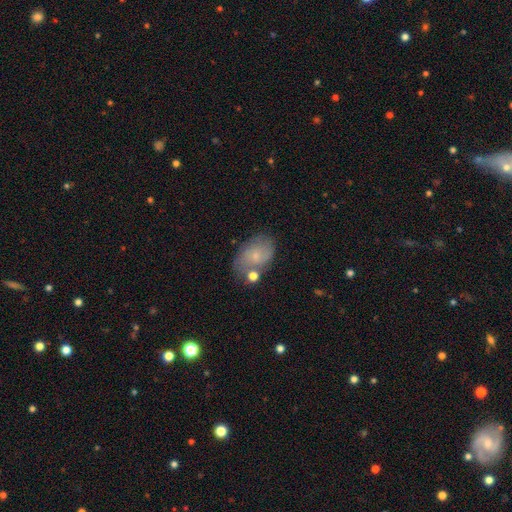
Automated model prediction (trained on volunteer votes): Q: Smooth or featured?
A: smooth (54%); runner-up: featured or disk (37%)
Q: How rounded?
A: in between (83%); runner-up: round (15%)
Q: Merging?
A: none (58%); runner-up: minor disturbance (23%)